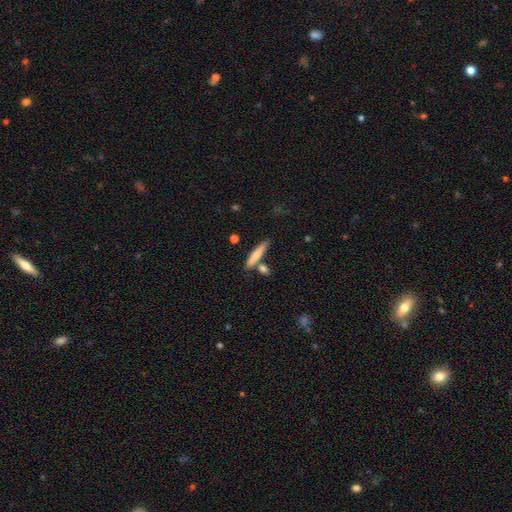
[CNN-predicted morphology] Smooth or featured? smooth (74%)
How rounded? cigar-shaped (87%)
Merging? none (73%)